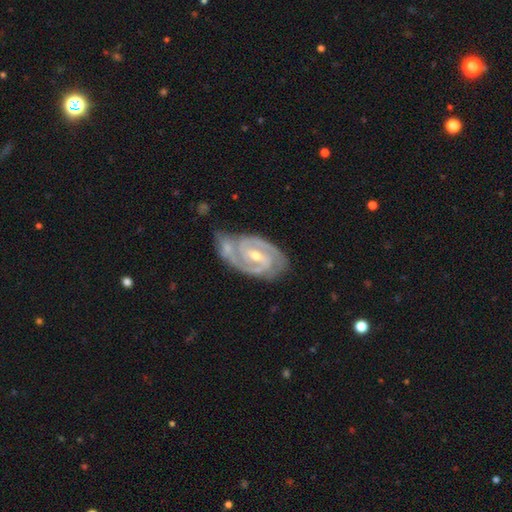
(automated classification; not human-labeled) Morphology: type=featured or disk (92%); edge-on=no (97%); bar=weak (44%); spiral arms=yes (98%); winding=tight (58%); arm count=2 (85%); bulge=small (51%); merging=none (57%).